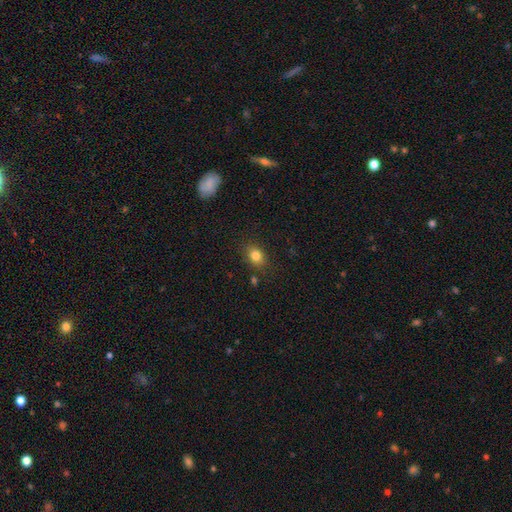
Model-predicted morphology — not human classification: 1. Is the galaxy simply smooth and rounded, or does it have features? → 83% smooth, 11% star or artifact, 7% featured or disk.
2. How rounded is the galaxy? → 63% in between, 36% round, 1% cigar-shaped.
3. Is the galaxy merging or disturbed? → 82% none, 12% minor disturbance, 3% major disturbance, 3% merger.